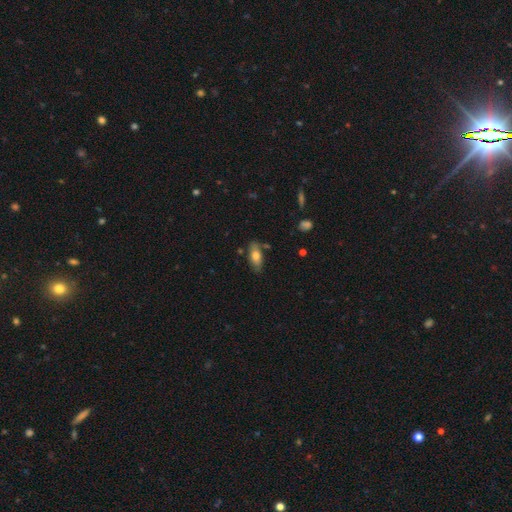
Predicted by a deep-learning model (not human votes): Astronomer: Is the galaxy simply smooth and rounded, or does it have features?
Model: smooth — 69%.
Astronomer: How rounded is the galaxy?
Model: in between — 83%.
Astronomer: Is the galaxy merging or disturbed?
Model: none — 71%.